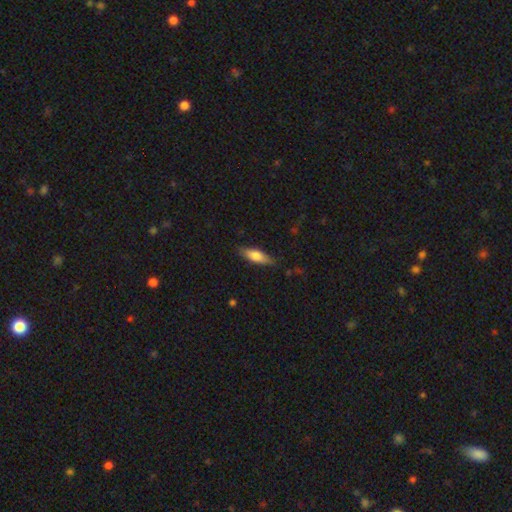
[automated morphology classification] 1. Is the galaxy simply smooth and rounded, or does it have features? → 69% smooth, 25% featured or disk, 6% star or artifact.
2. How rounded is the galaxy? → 53% in between, 45% cigar-shaped, 2% round.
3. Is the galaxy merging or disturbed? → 80% none, 15% minor disturbance, 3% major disturbance, 1% merger.